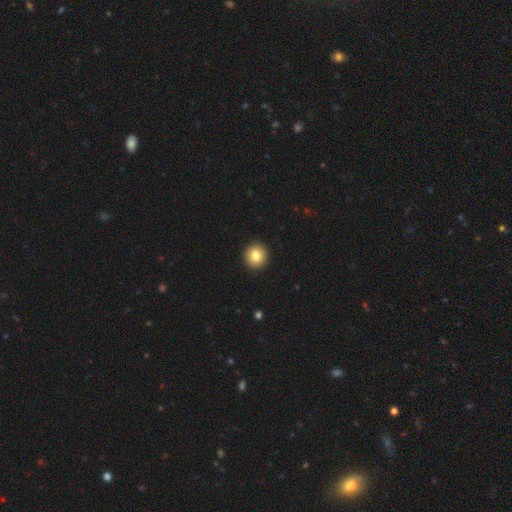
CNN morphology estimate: smooth_or_featured: smooth (p=0.82) [alt: star or artifact p=0.09]
how_rounded: round (p=0.95) [alt: in between p=0.05]
merging: none (p=0.94) [alt: minor disturbance p=0.04]